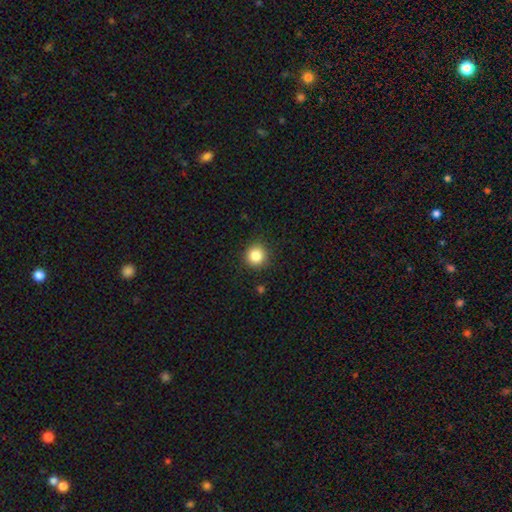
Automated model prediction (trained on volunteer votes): This appears to be a smooth galaxy with no disk features (85%) that is round (95%). Merging: none (91%).